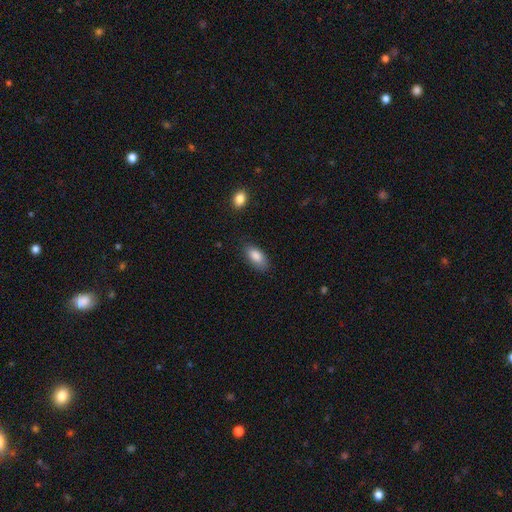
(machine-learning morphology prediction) This is clearly a smooth galaxy (86%). How rounded: clearly in between (90%). Merging: likely none (77%).